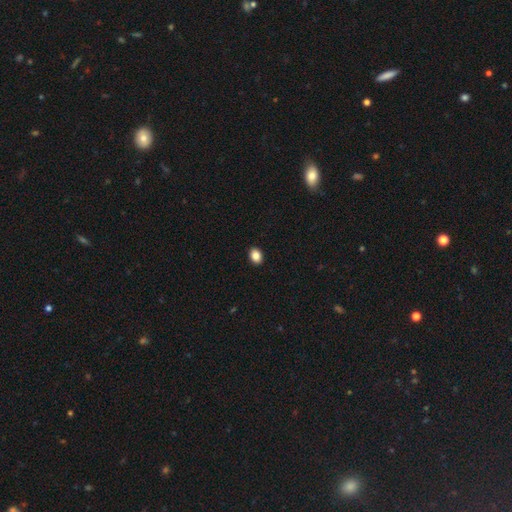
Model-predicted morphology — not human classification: A smooth galaxy with no disk features (87%) that is in between round and cigar-shaped (71%). Merging: none (91%).